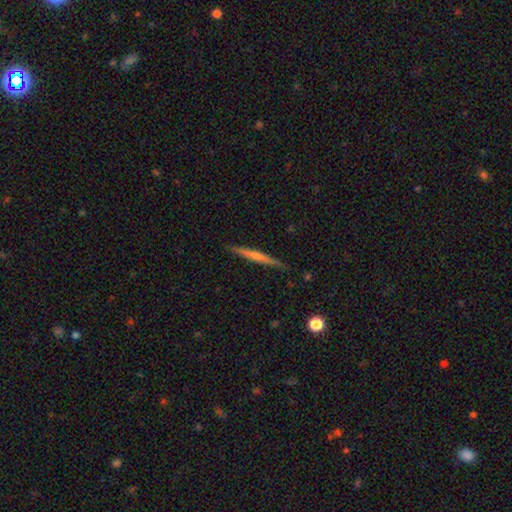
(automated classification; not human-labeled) The model was most divided on "edge-on bulge": rounded: 67%, none: 26%, boxy: 7%. More confident: edge-on disk — yes (98%); merging — none (91%); smooth or featured — featured or disk (70%).